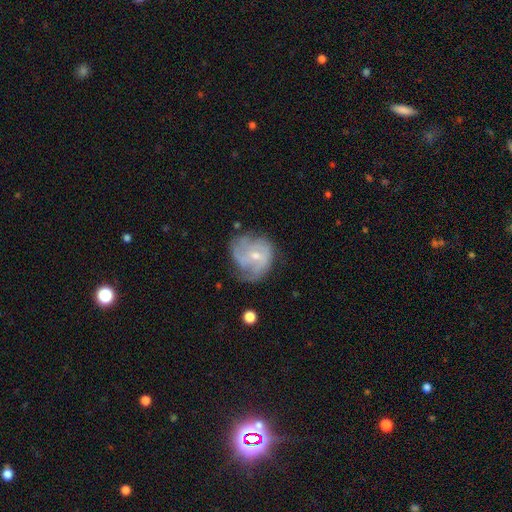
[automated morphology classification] Smooth or featured: featured or disk — 70% (smooth — 22%)
Edge-on disk: no — 98% (yes — 2%)
Bar: no — 66% (weak — 30%)
Spiral arms: yes — 83% (no — 17%)
Spiral winding: medium — 41% (tight — 40%)
Spiral arm count: can't tell — 35% (3 — 26%)
Bulge size: small — 61% (moderate — 35%)
Merging: none — 53% (minor disturbance — 27%)